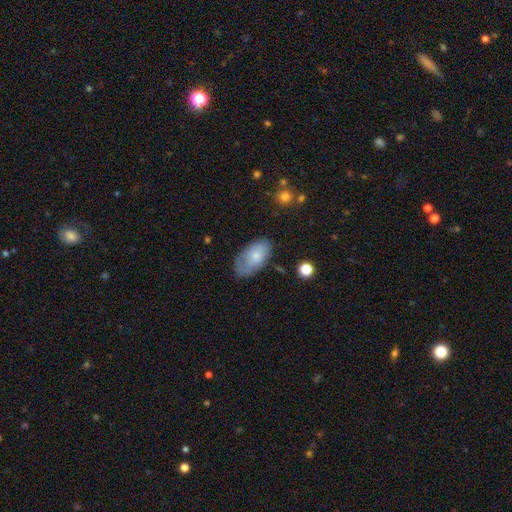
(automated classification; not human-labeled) A smooth galaxy with no disk features (71%) that is in between round and cigar-shaped (94%).

Vote fractions:
- Smooth or featured? smooth: 71% / featured or disk: 22% / star or artifact: 7%
- How rounded? in between: 94% / round: 4% / cigar-shaped: 2%
- Merging? none: 64% / minor disturbance: 25% / major disturbance: 8% / merger: 2%